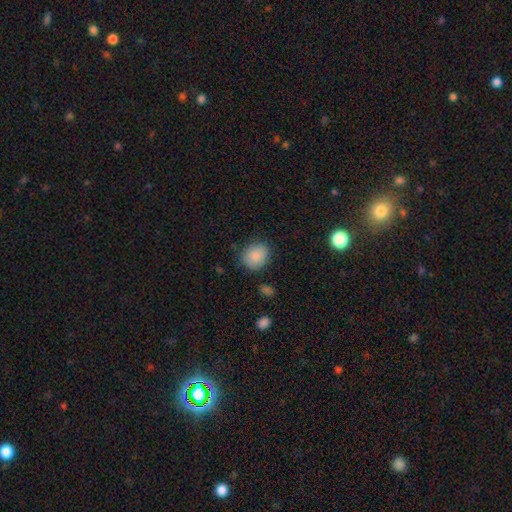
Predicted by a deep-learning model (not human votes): Smooth or featured: smooth — 86% (star or artifact — 8%)
How rounded: round — 65% (in between — 34%)
Merging: none — 80% (minor disturbance — 14%)